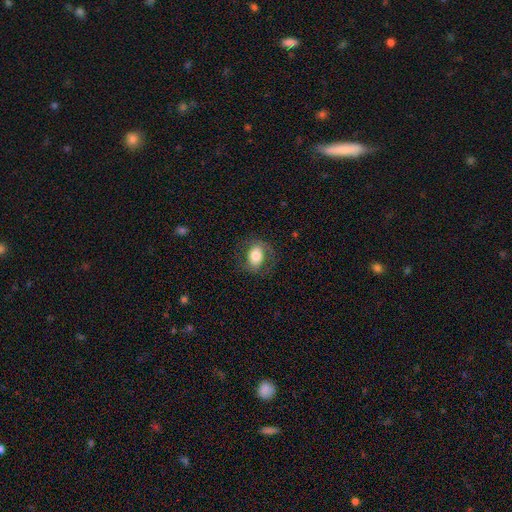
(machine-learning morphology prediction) The model was most divided on "smooth or featured": smooth: 62%, featured or disk: 30%, star or artifact: 8%. More confident: merging — none (73%); how rounded — in between (66%).